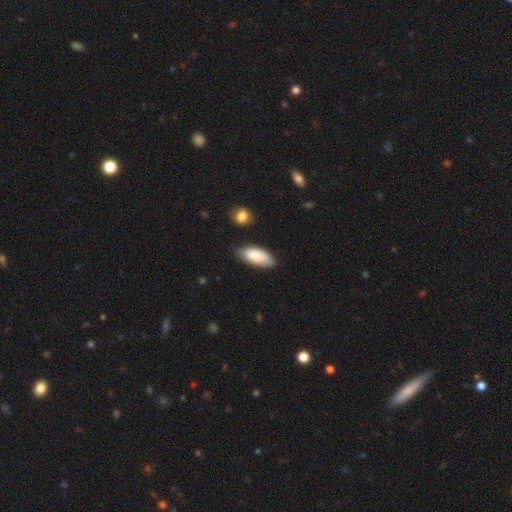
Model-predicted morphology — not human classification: type=smooth (85%); roundness=in between (84%); merging=none (78%).